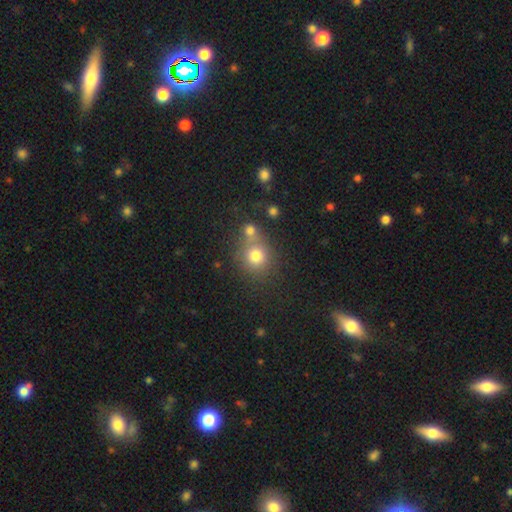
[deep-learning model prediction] The model was most divided on "merging": none: 54%, merger: 32%, minor disturbance: 9%, major disturbance: 4%. More confident: how rounded — round (87%); smooth or featured — smooth (76%).